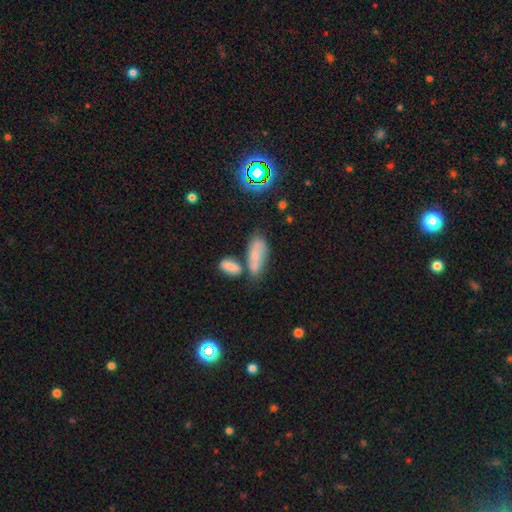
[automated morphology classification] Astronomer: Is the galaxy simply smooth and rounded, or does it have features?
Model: smooth — 64%.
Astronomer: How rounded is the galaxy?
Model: in between — 75%.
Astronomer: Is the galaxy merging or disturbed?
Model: none — 40% (runner-up: merger, 35%).